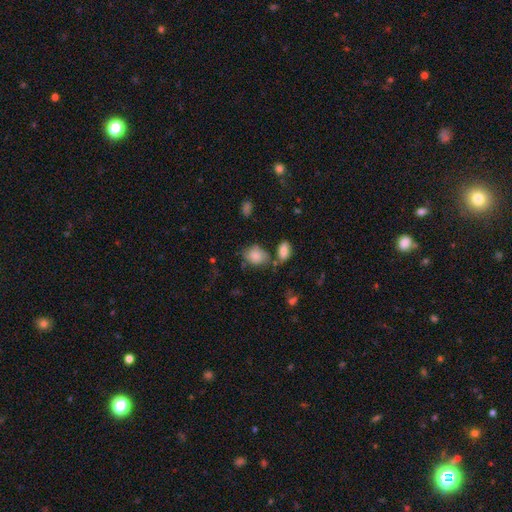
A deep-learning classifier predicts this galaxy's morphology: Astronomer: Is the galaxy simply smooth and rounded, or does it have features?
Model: smooth — 78%.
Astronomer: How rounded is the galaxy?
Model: in between — 58% (runner-up: round, 40%).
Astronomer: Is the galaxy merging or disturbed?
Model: none — 52%.